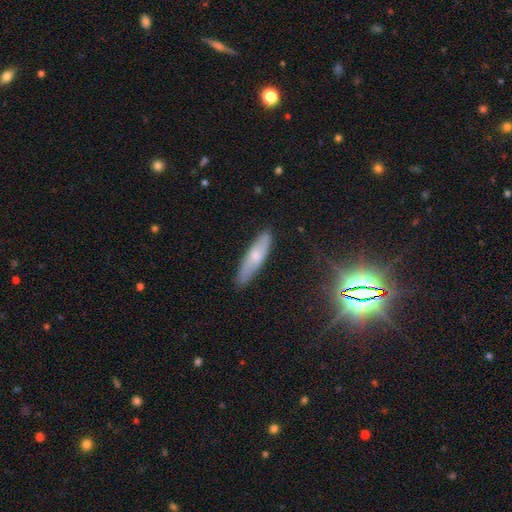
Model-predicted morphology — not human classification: smooth_or_featured: smooth (p=0.60) [alt: featured or disk p=0.32]
how_rounded: cigar-shaped (p=0.68) [alt: in between p=0.30]
merging: none (p=0.84) [alt: minor disturbance p=0.13]